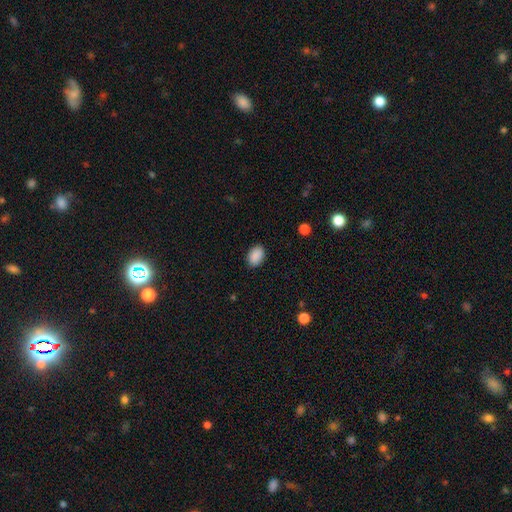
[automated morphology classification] Smooth or featured? smooth (90%)
How rounded? in between (84%)
Merging? none (88%)